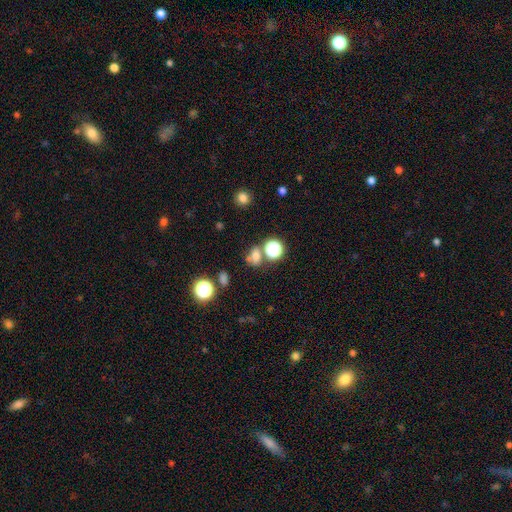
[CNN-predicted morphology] smooth_or_featured: smooth (p=0.58) [alt: star or artifact p=0.29]
how_rounded: round (p=0.55) [alt: in between p=0.43]
merging: none (p=0.58) [alt: merger p=0.21]